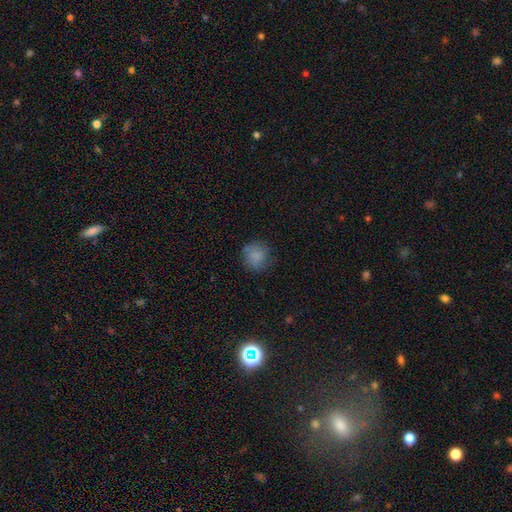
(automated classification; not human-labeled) Smooth or featured: smooth — 82% (star or artifact — 10%)
How rounded: round — 87% (in between — 13%)
Merging: none — 74% (minor disturbance — 19%)